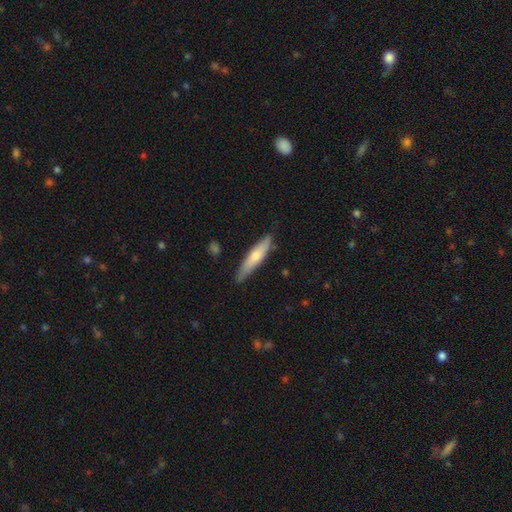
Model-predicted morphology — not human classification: Smooth or featured: smooth — 57% (featured or disk — 37%)
How rounded: cigar-shaped — 83% (in between — 15%)
Merging: none — 84% (minor disturbance — 13%)